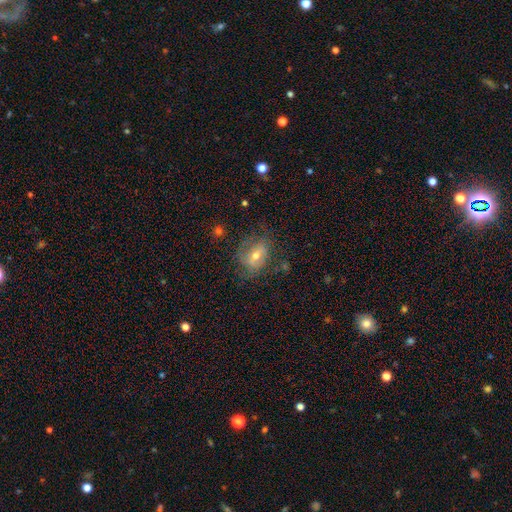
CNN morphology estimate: type=featured or disk (46%); merging=none (57%).